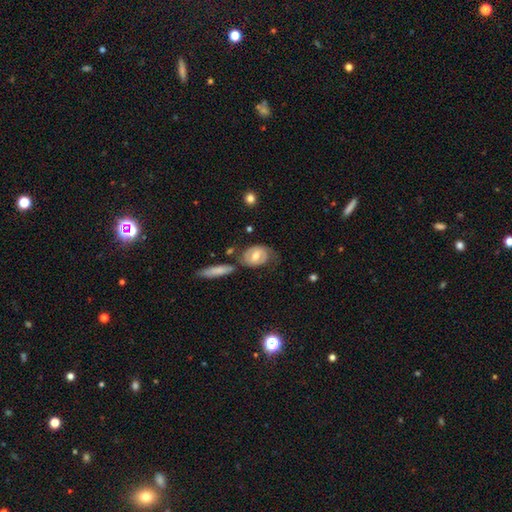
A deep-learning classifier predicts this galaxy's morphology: This is possibly a featured or disk galaxy (53%). It is clearly not viewed edge-on (93%). Merging: possibly none (57%).